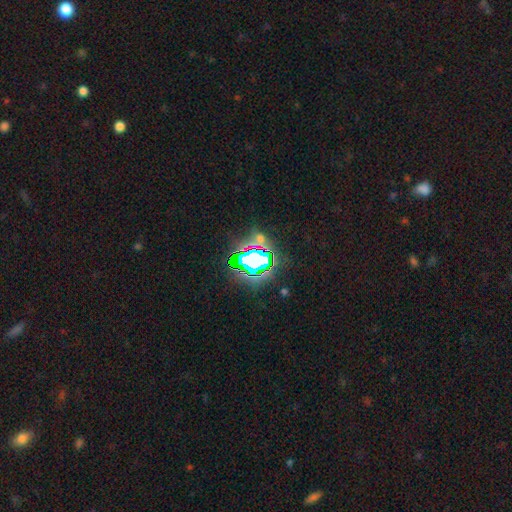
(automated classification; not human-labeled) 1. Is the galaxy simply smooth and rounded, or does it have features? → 74% star or artifact, 13% smooth, 12% featured or disk.